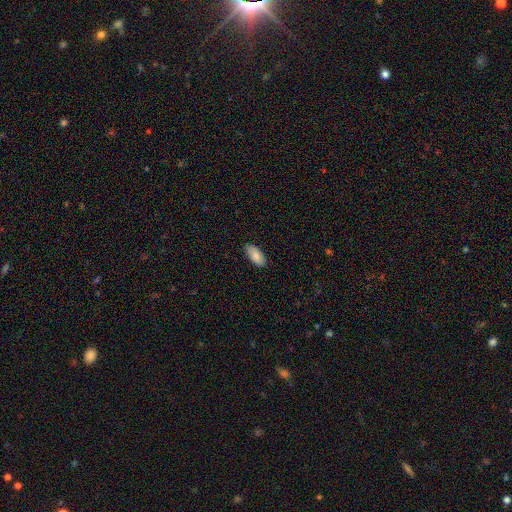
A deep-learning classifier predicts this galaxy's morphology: A smooth galaxy with no disk features (85%) that is in between round and cigar-shaped (91%).

Vote fractions:
- Smooth or featured? smooth: 85% / featured or disk: 9% / star or artifact: 6%
- How rounded? in between: 91% / cigar-shaped: 7% / round: 2%
- Merging? none: 87% / minor disturbance: 10% / major disturbance: 2% / merger: 1%